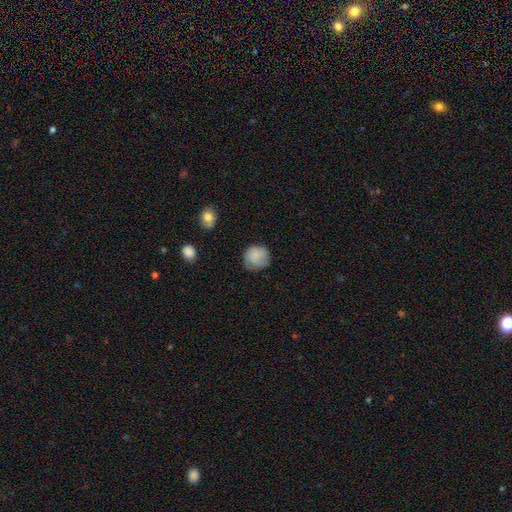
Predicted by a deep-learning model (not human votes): Smooth or featured: smooth — 80% (featured or disk — 12%)
How rounded: round — 87% (in between — 12%)
Merging: none — 68% (minor disturbance — 24%)